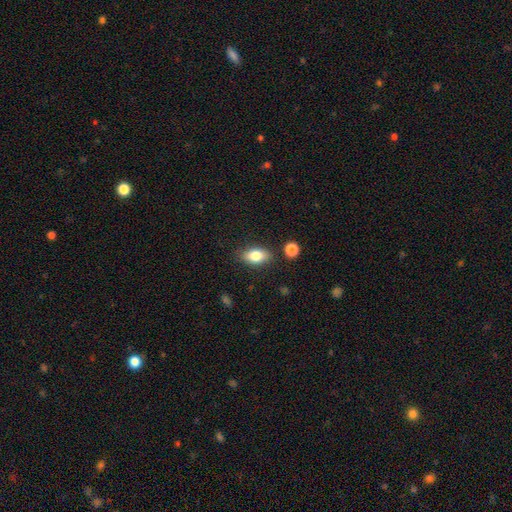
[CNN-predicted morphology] smooth_or_featured: smooth (p=0.79) [alt: featured or disk p=0.13]
how_rounded: in between (p=0.86) [alt: round p=0.09]
merging: none (p=0.83) [alt: minor disturbance p=0.12]